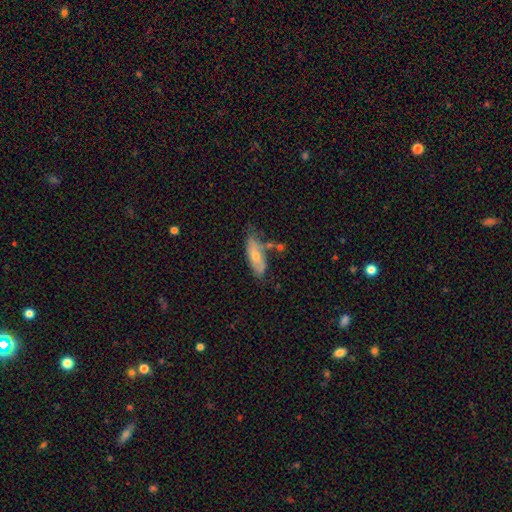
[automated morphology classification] Smooth or featured? Predicted: smooth (p=0.54). How rounded? Predicted: in between (p=0.60). Merging? Predicted: none (p=0.58).